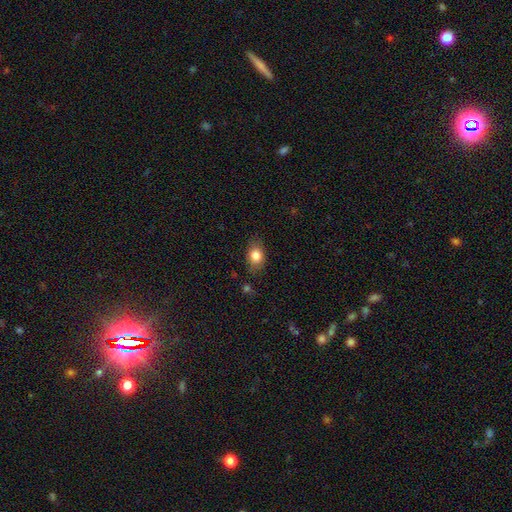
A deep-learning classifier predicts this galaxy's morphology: Smooth or featured?
  - smooth: 82% *
  - featured or disk: 9%
  - star or artifact: 9%
How rounded?
  - in between: 73% *
  - round: 25%
  - cigar-shaped: 2%
Merging?
  - none: 79% *
  - minor disturbance: 15%
  - major disturbance: 4%
  - merger: 2%